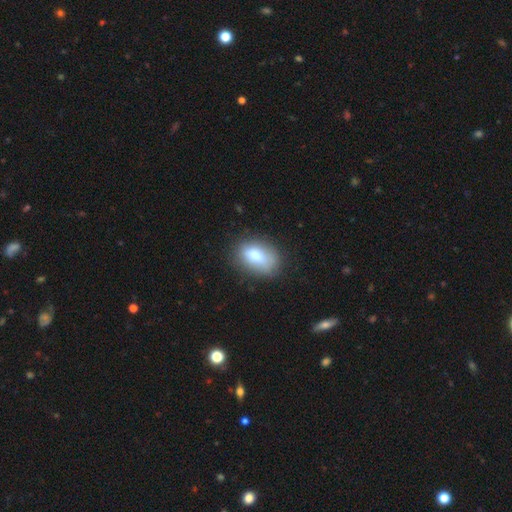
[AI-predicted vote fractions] Smooth or featured: smooth — 77% (featured or disk — 14%)
How rounded: in between — 86% (round — 12%)
Merging: none — 73% (minor disturbance — 19%)